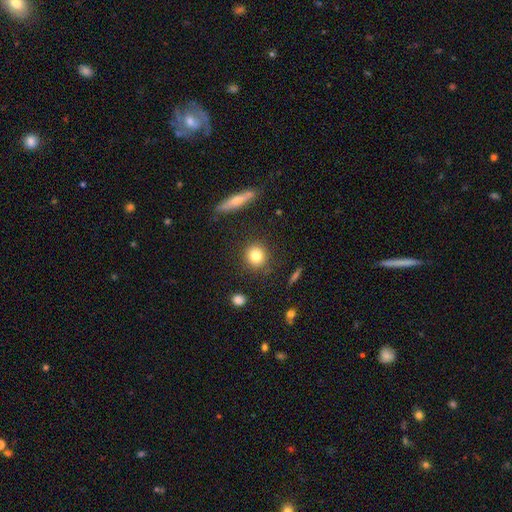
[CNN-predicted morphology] The model was most divided on "smooth or featured": smooth: 81%, featured or disk: 10%, star or artifact: 9%. More confident: merging — none (87%); how rounded — round (87%).